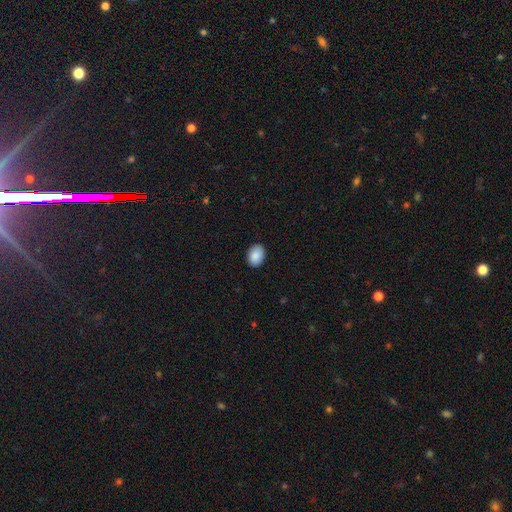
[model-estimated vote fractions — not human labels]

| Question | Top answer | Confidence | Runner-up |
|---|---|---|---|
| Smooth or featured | smooth | 89% | star or artifact (7%) |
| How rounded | in between | 77% | round (22%) |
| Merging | none | 90% | minor disturbance (8%) |